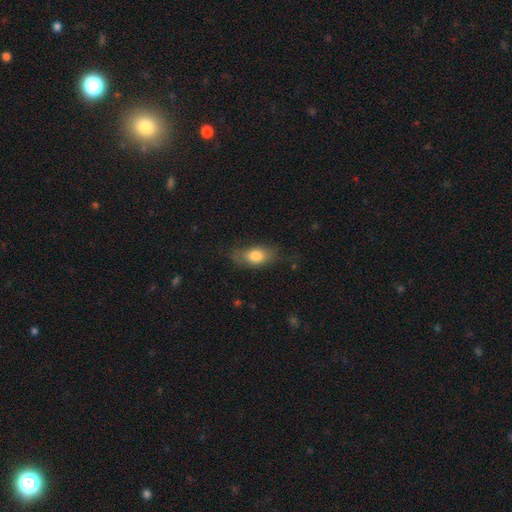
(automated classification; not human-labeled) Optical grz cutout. It shows a smooth galaxy with no disk features (77%) that is in between round and cigar-shaped (83%). Merging: none (63%).